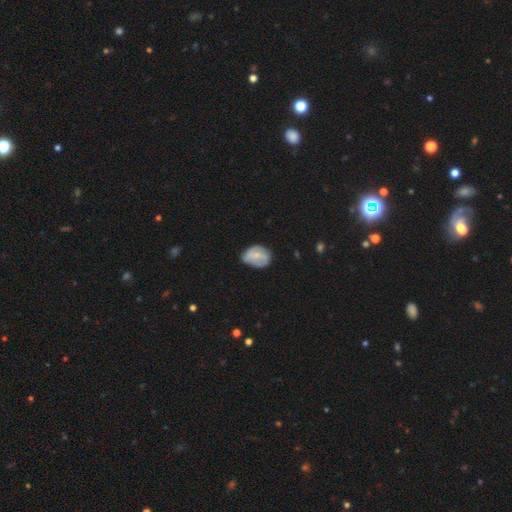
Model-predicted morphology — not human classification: This is possibly a smooth galaxy (53%). How rounded: likely in between (66%). Merging: possibly none (55%).